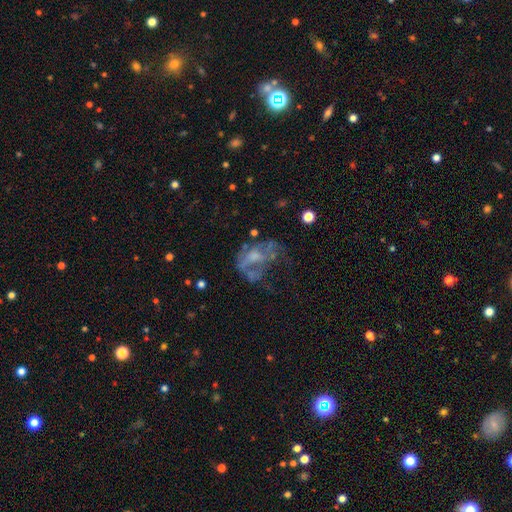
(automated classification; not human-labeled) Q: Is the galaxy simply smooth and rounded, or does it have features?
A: featured or disk — 58%.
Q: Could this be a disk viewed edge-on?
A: no — 96%.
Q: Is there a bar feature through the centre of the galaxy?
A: no — 80%.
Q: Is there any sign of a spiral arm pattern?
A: no — 77%.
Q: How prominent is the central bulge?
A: moderate — 36%.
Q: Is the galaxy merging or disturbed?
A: major disturbance — 41%.